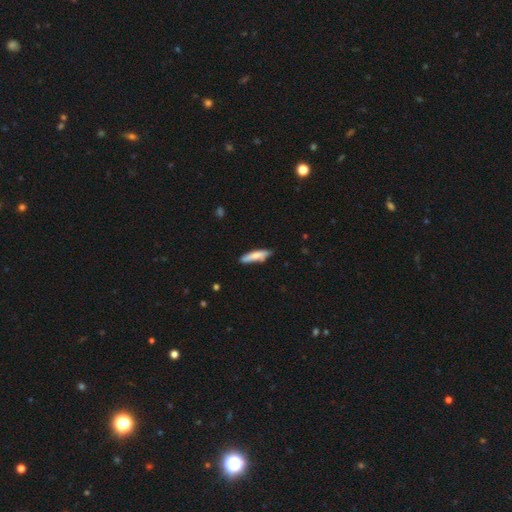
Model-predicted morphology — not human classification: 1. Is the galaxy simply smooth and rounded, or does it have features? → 74% smooth, 20% featured or disk, 6% star or artifact.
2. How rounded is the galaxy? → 74% cigar-shaped, 25% in between, 2% round.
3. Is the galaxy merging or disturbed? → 77% none, 19% minor disturbance, 3% major disturbance, 2% merger.